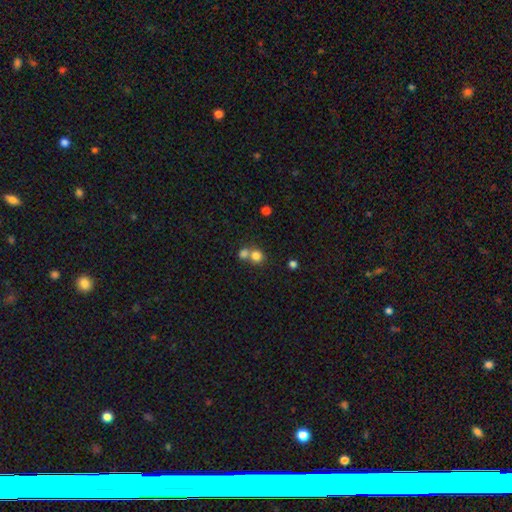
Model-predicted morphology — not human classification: Overall: smooth (79%). How rounded: round (85%). Merging: merger (50%; none 42%).